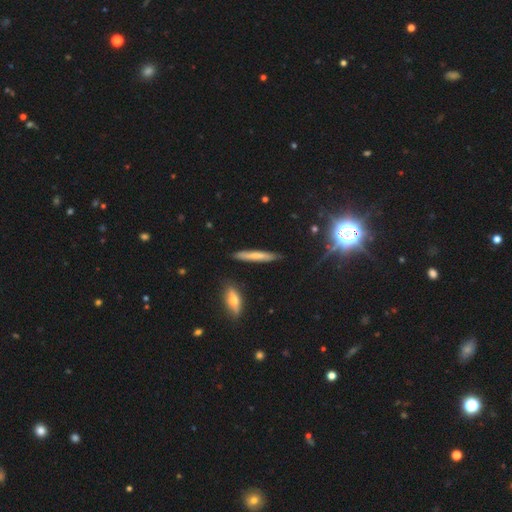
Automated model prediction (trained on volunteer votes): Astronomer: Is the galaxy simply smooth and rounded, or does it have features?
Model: smooth — 63%.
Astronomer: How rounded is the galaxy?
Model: cigar-shaped — 92%.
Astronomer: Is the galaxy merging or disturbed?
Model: none — 84%.